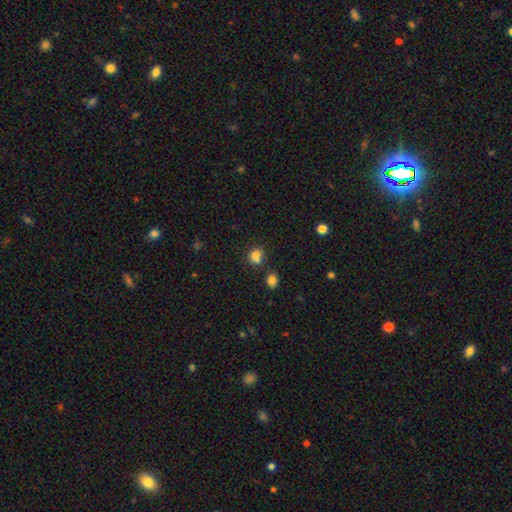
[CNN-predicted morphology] Smooth or featured? Predicted: smooth (p=0.77). How rounded? Predicted: round (p=0.74). Merging? Predicted: none (p=0.53).